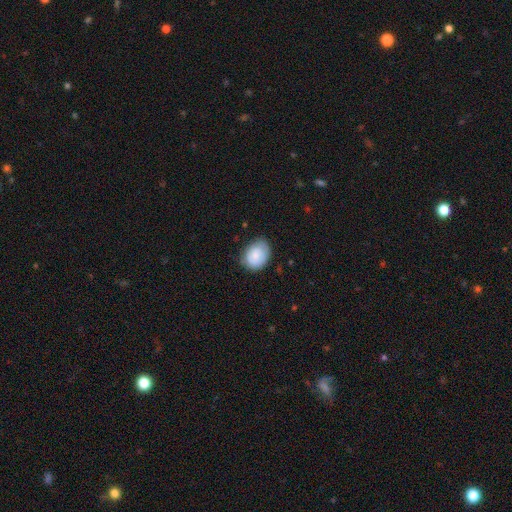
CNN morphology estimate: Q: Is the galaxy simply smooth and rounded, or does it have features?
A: smooth — 77%.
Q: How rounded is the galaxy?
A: in between — 54%.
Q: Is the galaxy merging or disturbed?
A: none — 69%.